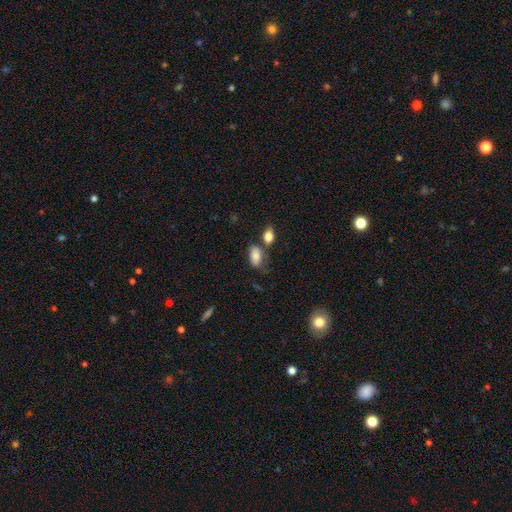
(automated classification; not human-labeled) smooth-or-featured: smooth: 79% | featured or disk: 13% | star or artifact: 8%
  how-rounded: in between: 90% | round: 7% | cigar-shaped: 3%
  merging: none: 50% | merger: 23% | minor disturbance: 20% | major disturbance: 7%